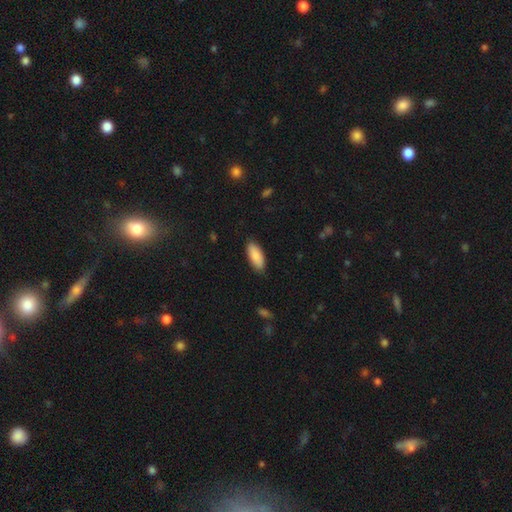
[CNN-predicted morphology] smooth_or_featured: smooth (p=0.89) [alt: featured or disk p=0.05]
how_rounded: in between (p=0.82) [alt: cigar-shaped p=0.16]
merging: none (p=0.87) [alt: minor disturbance p=0.10]